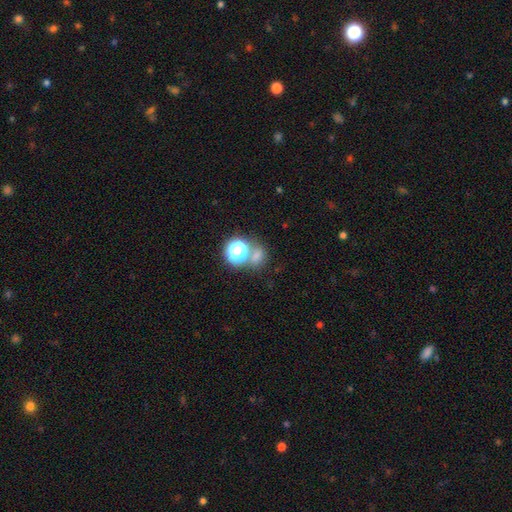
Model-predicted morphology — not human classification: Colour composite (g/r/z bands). It shows a star or artifact, not a galaxy (60%).